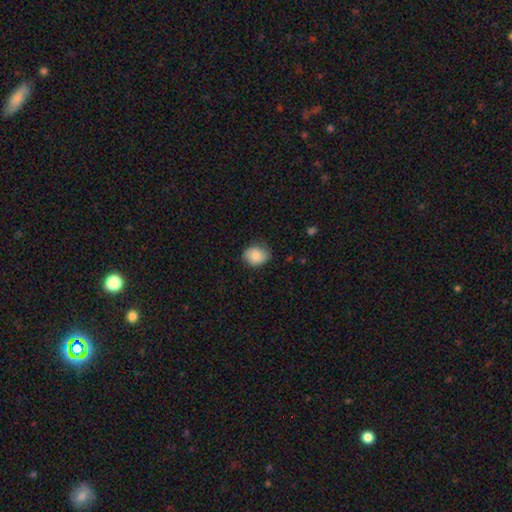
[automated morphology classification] A smooth galaxy with no disk features (82%) that is round (58%).

Vote fractions:
- Smooth or featured? smooth: 82% / featured or disk: 11% / star or artifact: 7%
- How rounded? round: 58% / in between: 41% / cigar-shaped: 1%
- Merging? none: 73% / minor disturbance: 22% / major disturbance: 4% / merger: 1%